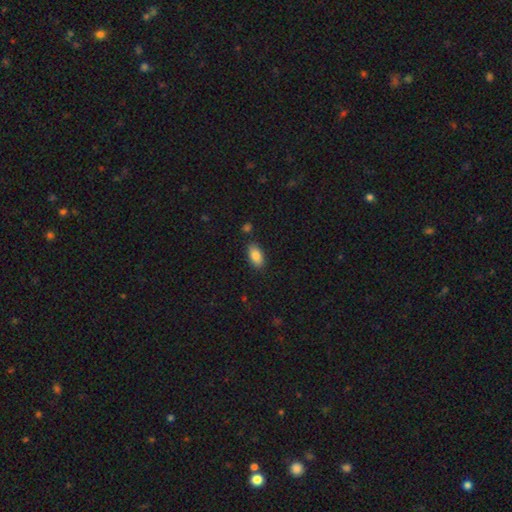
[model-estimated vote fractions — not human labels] Smooth or featured? Predicted: smooth (p=0.86). How rounded? Predicted: in between (p=0.92). Merging? Predicted: none (p=0.83).